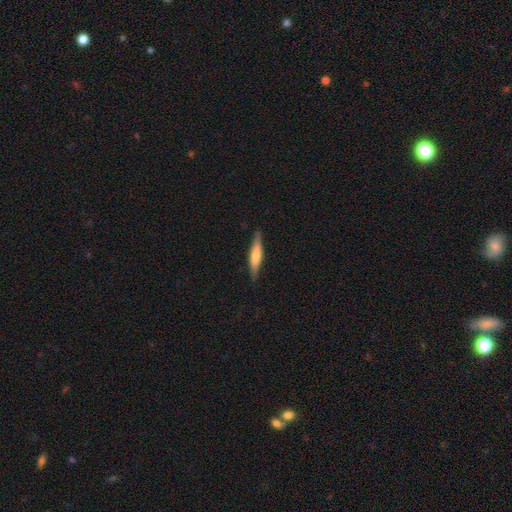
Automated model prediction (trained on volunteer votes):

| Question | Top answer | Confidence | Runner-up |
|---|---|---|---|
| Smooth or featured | smooth | 56% | featured or disk (38%) |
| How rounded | cigar-shaped | 85% | in between (14%) |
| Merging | none | 86% | minor disturbance (11%) |